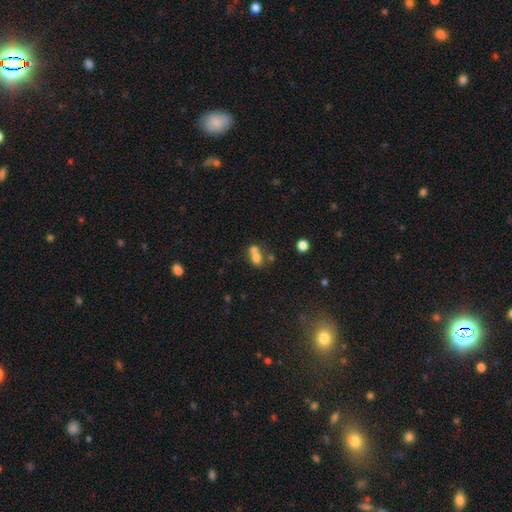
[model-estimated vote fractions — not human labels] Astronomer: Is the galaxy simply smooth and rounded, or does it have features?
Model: smooth — 72%.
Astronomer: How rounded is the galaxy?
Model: in between — 58% (runner-up: round, 40%).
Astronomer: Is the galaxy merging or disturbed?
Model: merger — 58%.